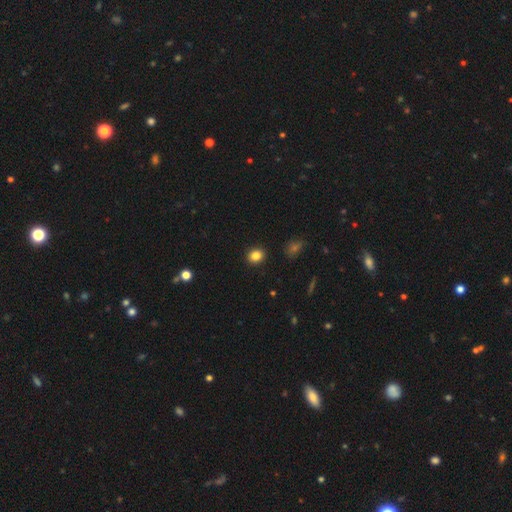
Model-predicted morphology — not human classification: Smooth or featured: smooth — 85% (star or artifact — 11%)
How rounded: round — 72% (in between — 27%)
Merging: none — 91% (minor disturbance — 6%)